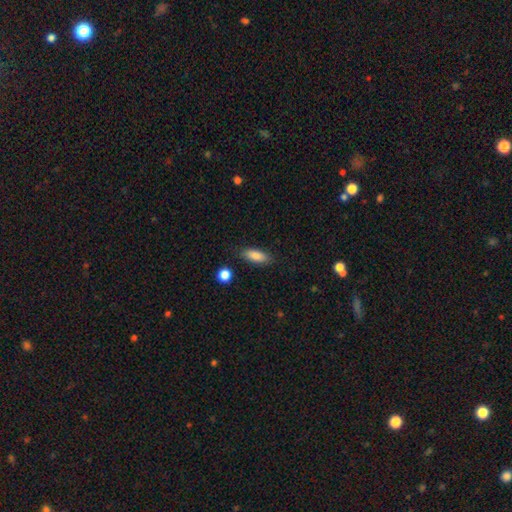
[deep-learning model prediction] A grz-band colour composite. It shows a smooth galaxy with no disk features (86%) that is in between round and cigar-shaped (73%). Merging: none (84%).